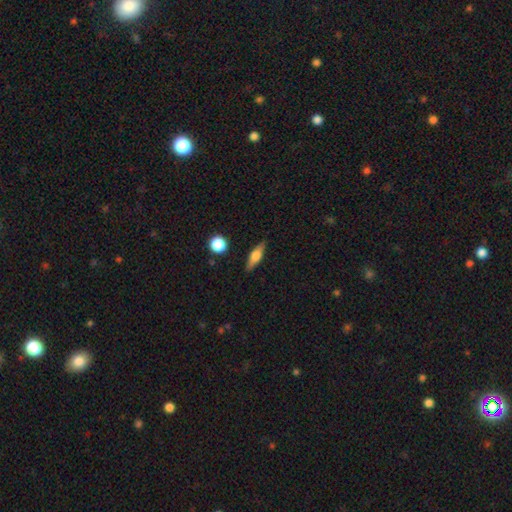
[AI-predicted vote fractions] Morphology: type=smooth (49%); merging=none (86%).